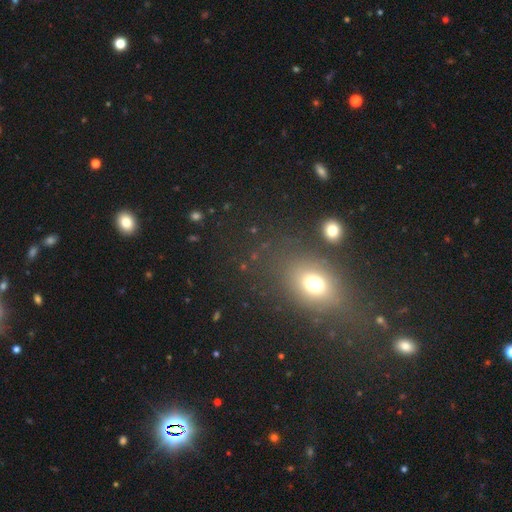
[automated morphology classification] This appears to be a smooth galaxy with no disk features (54%) that is in between round and cigar-shaped (58%). Merging: none (79%).